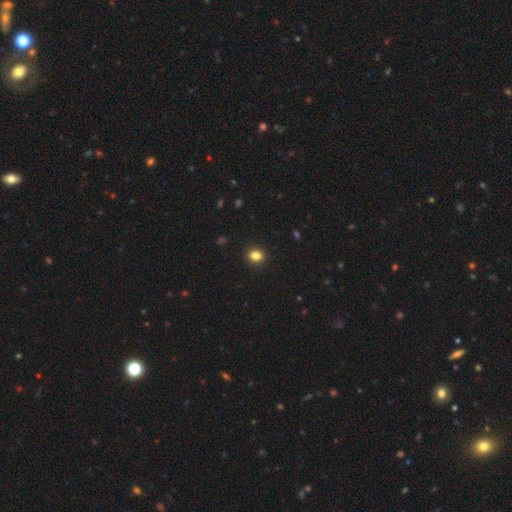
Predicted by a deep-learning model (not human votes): Morphology: type=smooth (84%); roundness=round (65%); merging=none (91%).